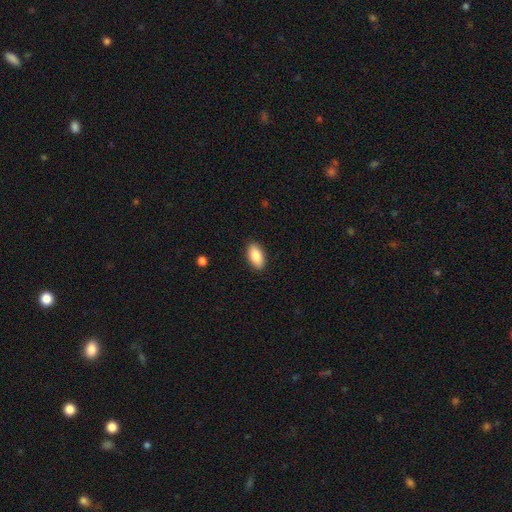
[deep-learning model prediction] The model was most divided on "smooth or featured": smooth: 87%, featured or disk: 7%, star or artifact: 6%. More confident: how rounded — in between (93%); merging — none (89%).